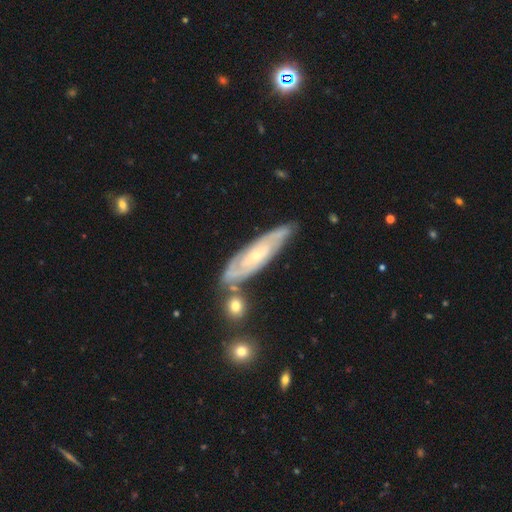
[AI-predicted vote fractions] Smooth or featured: featured or disk — 78% (smooth — 16%)
Edge-on disk: no — 79% (yes — 21%)
Bar: no — 66% (weak — 27%)
Spiral arms: yes — 91% (no — 9%)
Spiral winding: tight — 69% (medium — 25%)
Spiral arm count: can't tell — 47% (2 — 33%)
Bulge size: small — 74% (moderate — 22%)
Merging: none — 73% (minor disturbance — 17%)